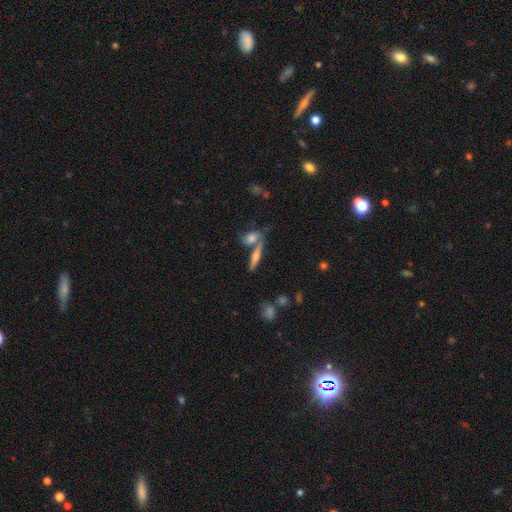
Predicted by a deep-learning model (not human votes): smooth-or-featured: smooth: 47% | featured or disk: 41% | star or artifact: 12%
  merging: none: 58% | merger: 28% | minor disturbance: 10% | major disturbance: 4%